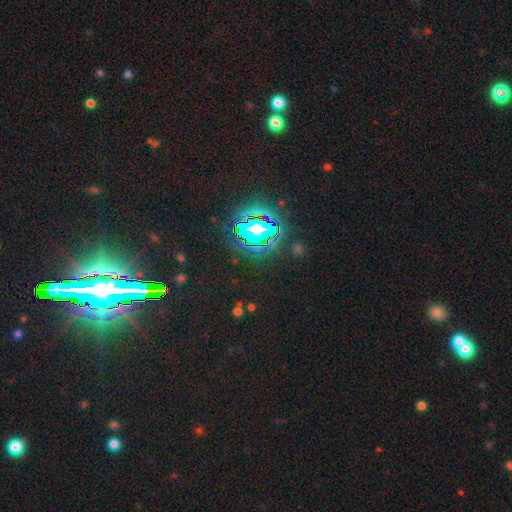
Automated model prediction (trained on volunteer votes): A star or artifact, not a galaxy (85%).

Vote fractions:
- Smooth or featured? star or artifact: 85% / smooth: 7% / featured or disk: 7%